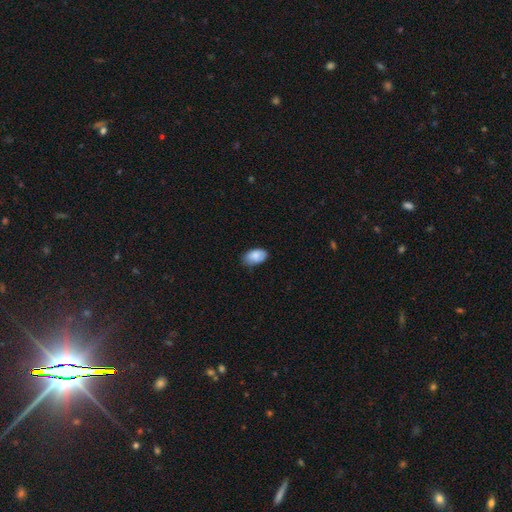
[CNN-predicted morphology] Overall: smooth (85%). How rounded: in between (93%). Merging: none (70%).